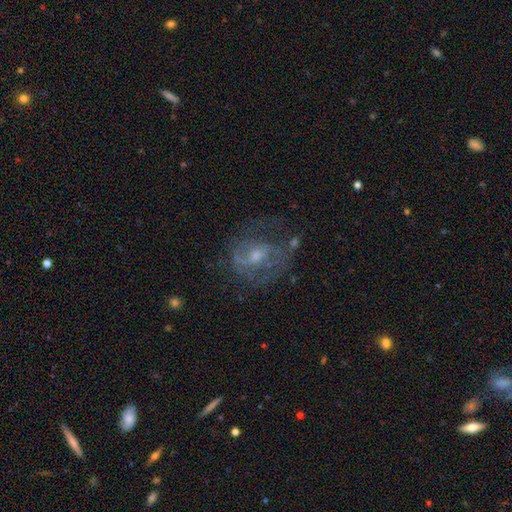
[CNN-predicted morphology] This is likely a featured or disk galaxy (67%). It is clearly not viewed edge-on (96%). Bar: possibly no (46%). Spiral arm pattern: likely yes (72%). Central bulge: possibly moderate (46%). Merging: possibly none (58%).